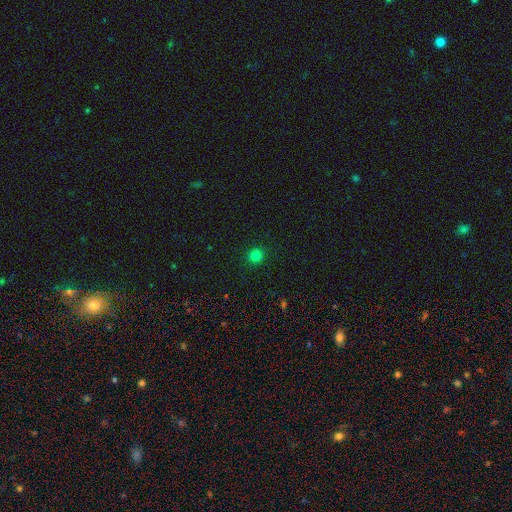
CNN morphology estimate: A smooth galaxy with no disk features (80%) that is round (92%). Merging: none (92%).